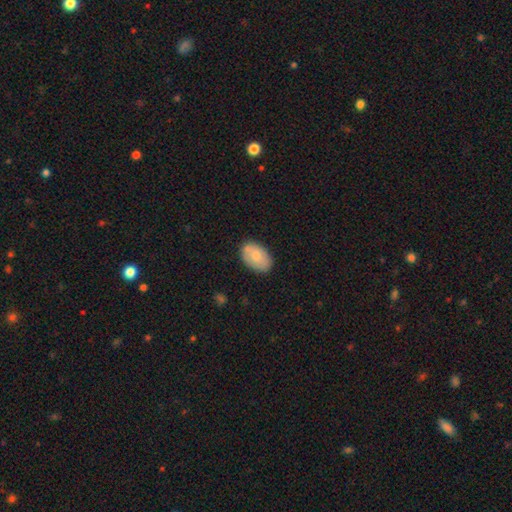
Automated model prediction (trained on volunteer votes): Smooth or featured? smooth (75%)
How rounded? in between (90%)
Merging? none (75%)